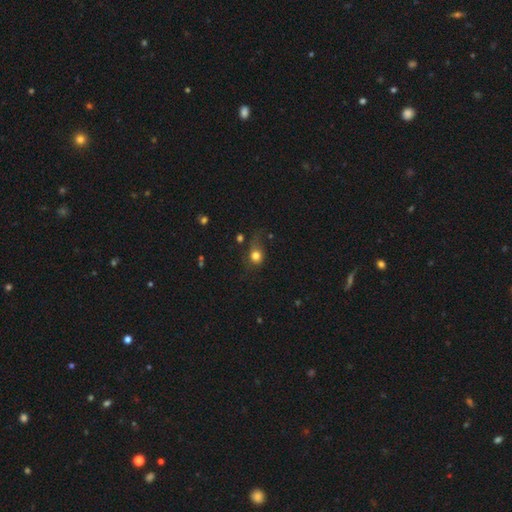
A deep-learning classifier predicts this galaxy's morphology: smooth 77%, star or artifact 13%, featured or disk 10%. Down the decision tree: how rounded — round (69%); merging — none (46%).